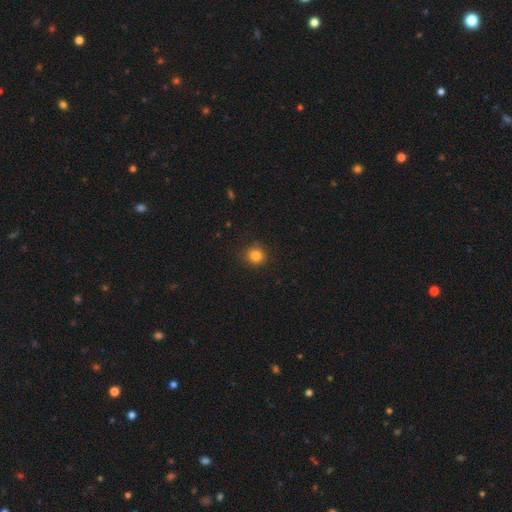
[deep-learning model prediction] Overall: smooth (83%). How rounded: round (89%). Merging: none (86%).